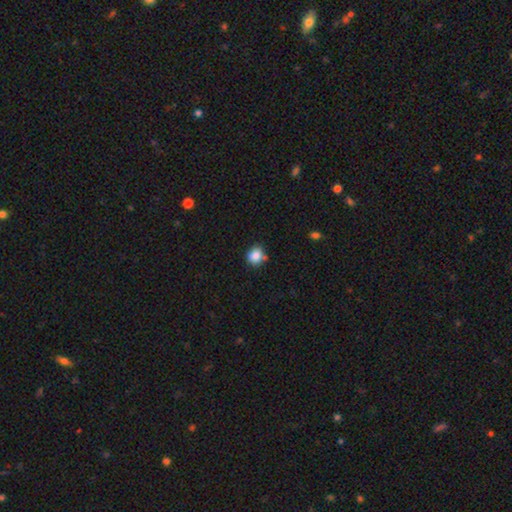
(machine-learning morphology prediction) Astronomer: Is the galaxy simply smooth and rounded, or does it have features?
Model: smooth — 84%.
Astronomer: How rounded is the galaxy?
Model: round — 74%.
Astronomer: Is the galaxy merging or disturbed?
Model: none — 66%.